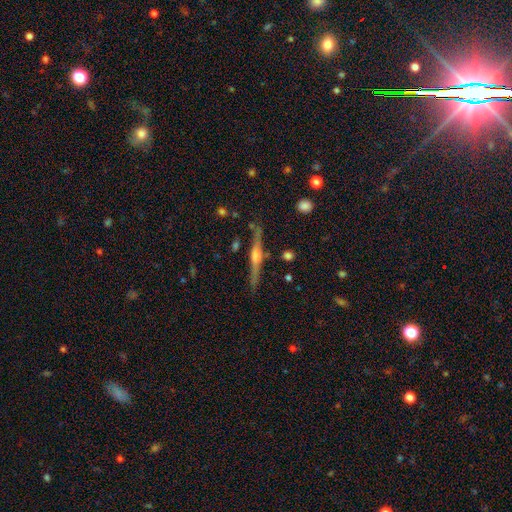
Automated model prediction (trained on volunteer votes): A featured or disk galaxy (81%) viewed edge-on (98%) with a rounded central bulge (81%).

Vote fractions:
- Smooth or featured? featured or disk: 81% / smooth: 13% / star or artifact: 6%
- Edge-on disk? yes: 98% / no: 2%
- Edge-on bulge? rounded: 81% / boxy: 12% / none: 6%
- Merging? none: 86% / minor disturbance: 10% / merger: 2% / major disturbance: 2%